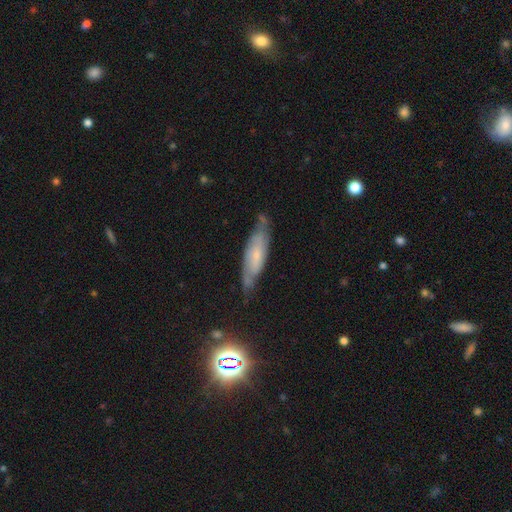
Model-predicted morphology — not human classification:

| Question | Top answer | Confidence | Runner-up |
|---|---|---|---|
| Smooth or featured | featured or disk | 57% | smooth (35%) |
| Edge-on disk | no | 66% | yes (34%) |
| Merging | none | 65% | minor disturbance (25%) |